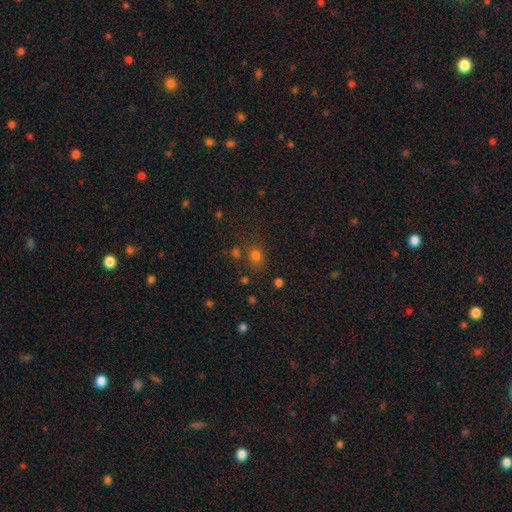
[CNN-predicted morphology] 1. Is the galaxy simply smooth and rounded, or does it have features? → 75% smooth, 19% star or artifact, 6% featured or disk.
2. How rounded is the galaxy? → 71% round, 28% in between, 1% cigar-shaped.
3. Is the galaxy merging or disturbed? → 69% none, 14% minor disturbance, 11% merger, 6% major disturbance.